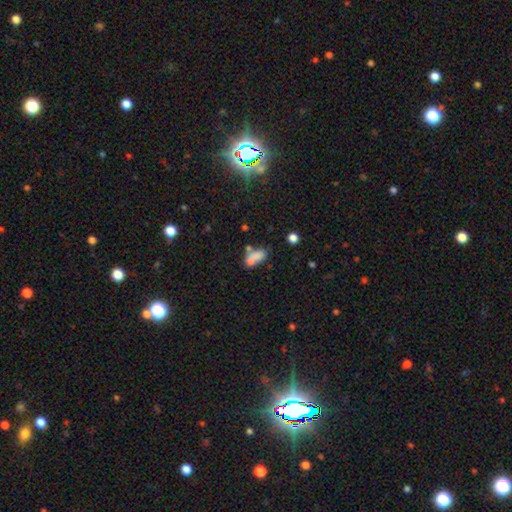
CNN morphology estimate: Smooth or featured? smooth (70%)
How rounded? in between (82%)
Merging? merger (43%)